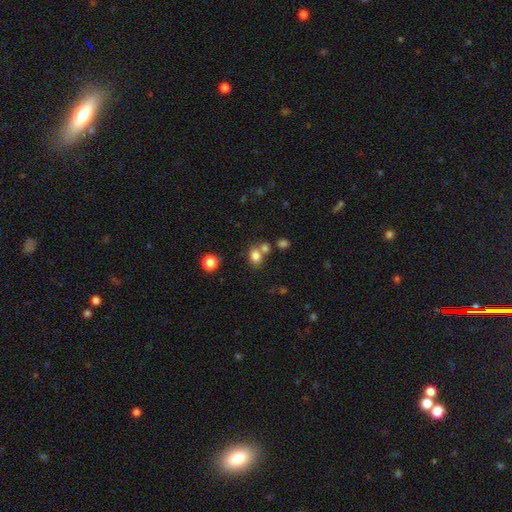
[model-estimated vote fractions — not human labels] smooth-or-featured: smooth: 79% | star or artifact: 13% | featured or disk: 8%
  how-rounded: round: 54% | in between: 45% | cigar-shaped: 1%
  merging: none: 54% | merger: 31% | minor disturbance: 10% | major disturbance: 4%